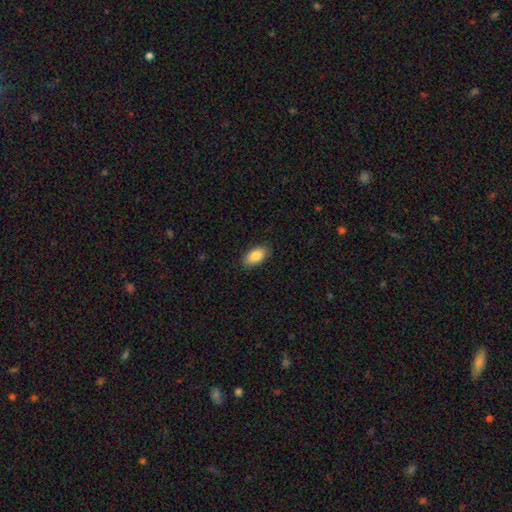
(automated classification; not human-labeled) This appears to be a smooth galaxy with no disk features (87%) that is in between round and cigar-shaped (93%). Merging: none (88%).